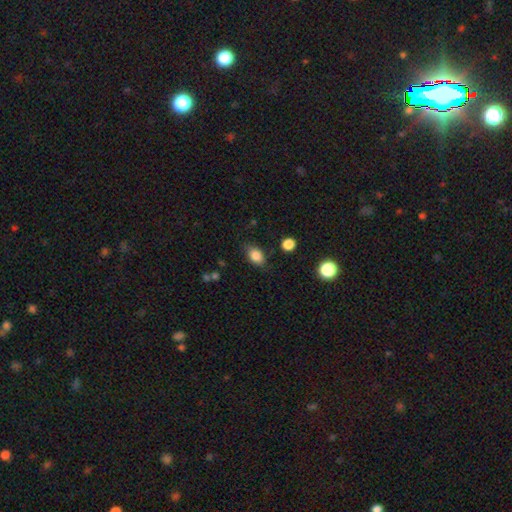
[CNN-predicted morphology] smooth 85%, star or artifact 9%, featured or disk 6%. Down the decision tree: how rounded — in between (80%); merging — none (78%).